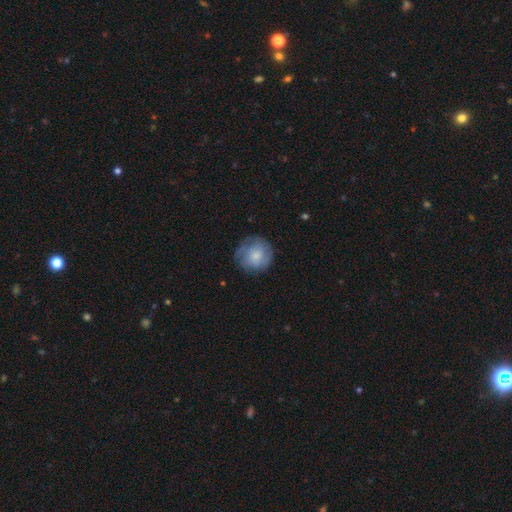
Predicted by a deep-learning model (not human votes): Morphology: type=smooth (67%); roundness=round (92%); merging=none (73%).